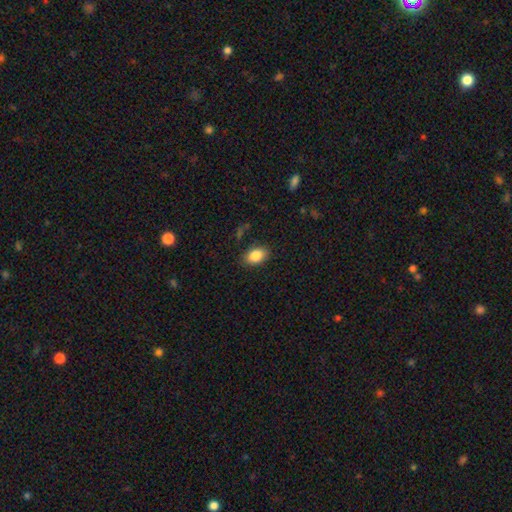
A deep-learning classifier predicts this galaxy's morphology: smooth 84%, star or artifact 8%, featured or disk 8%. Down the decision tree: how rounded — in between (85%); merging — none (85%).